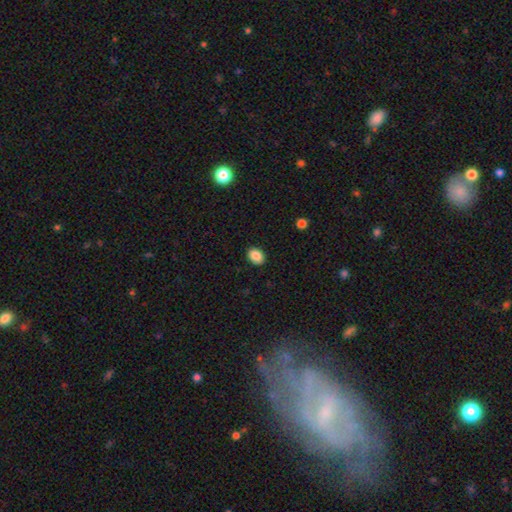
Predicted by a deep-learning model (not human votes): Smooth or featured? Predicted: smooth (p=0.87). How rounded? Predicted: in between (p=0.69). Merging? Predicted: none (p=0.91).